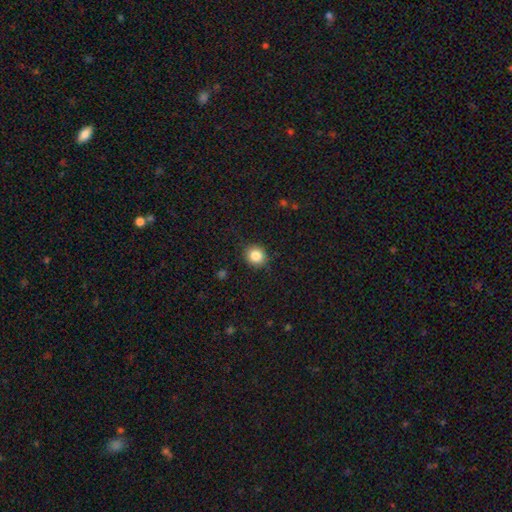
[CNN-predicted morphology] smooth_or_featured: smooth (p=0.84) [alt: star or artifact p=0.10]
how_rounded: round (p=0.85) [alt: in between p=0.14]
merging: none (p=0.88) [alt: minor disturbance p=0.08]